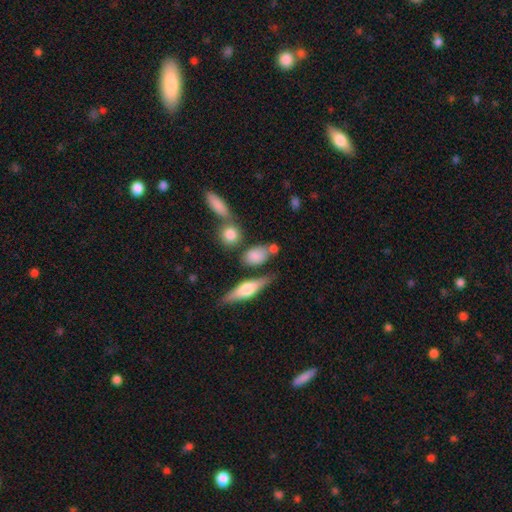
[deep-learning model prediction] Morphology: type=smooth (75%); roundness=in between (68%); merging=none (62%).